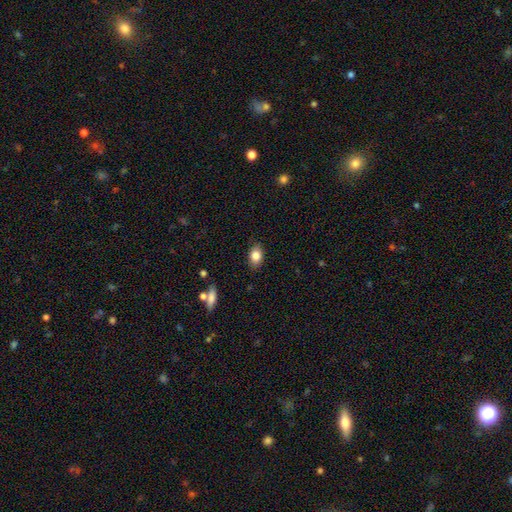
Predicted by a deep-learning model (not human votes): Smooth or featured? Predicted: smooth (p=0.83). How rounded? Predicted: in between (p=0.82). Merging? Predicted: none (p=0.85).